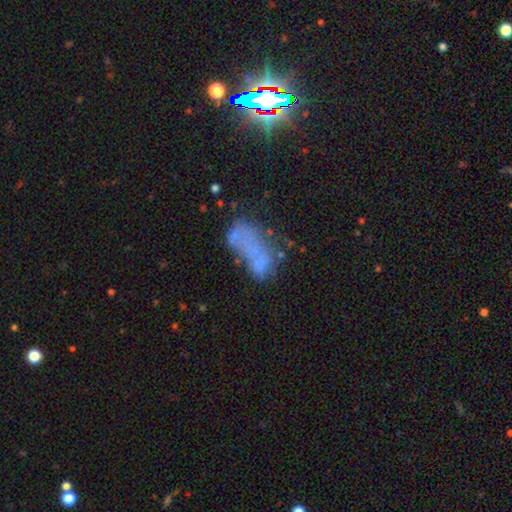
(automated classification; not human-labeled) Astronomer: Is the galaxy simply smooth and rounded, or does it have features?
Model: smooth — 38% (runner-up: featured or disk, 37%).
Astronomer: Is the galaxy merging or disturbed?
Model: none — 33% (runner-up: major disturbance, 28%).